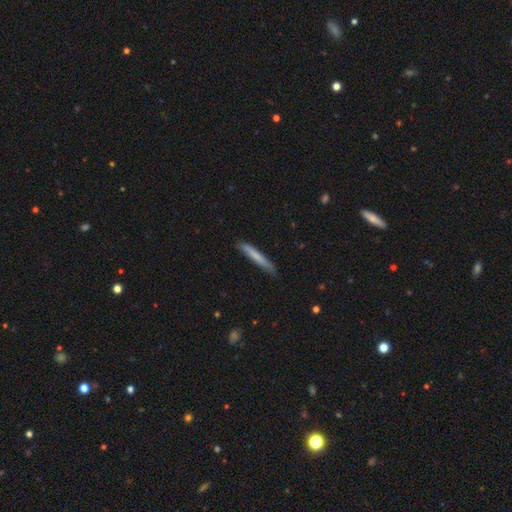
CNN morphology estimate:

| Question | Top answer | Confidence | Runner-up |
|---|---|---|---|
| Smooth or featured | smooth | 71% | featured or disk (24%) |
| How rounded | cigar-shaped | 96% | in between (3%) |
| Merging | none | 84% | minor disturbance (13%) |